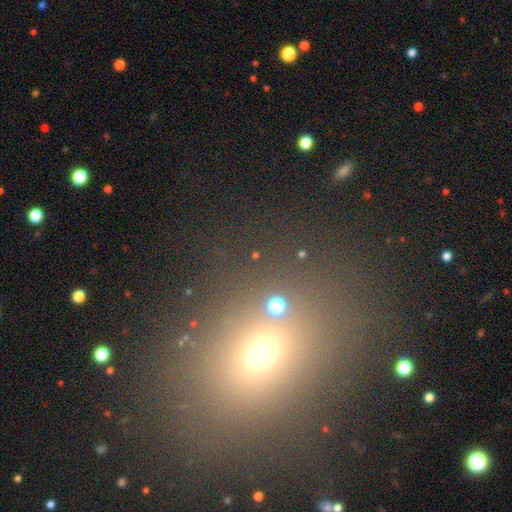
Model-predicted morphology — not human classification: star or artifact 48%, smooth 42%, featured or disk 11%.